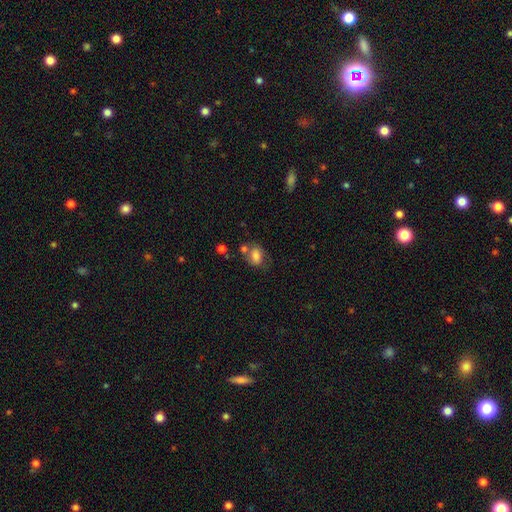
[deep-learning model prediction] smooth-or-featured: smooth: 72% | featured or disk: 18% | star or artifact: 10%
  how-rounded: in between: 63% | round: 35% | cigar-shaped: 1%
  merging: none: 51% | minor disturbance: 22% | merger: 17% | major disturbance: 10%